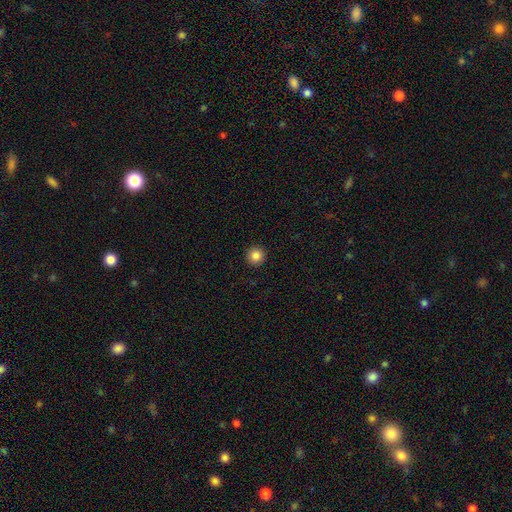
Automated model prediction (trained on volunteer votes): Smooth or featured? Predicted: smooth (p=0.85). How rounded? Predicted: round (p=0.96). Merging? Predicted: none (p=0.93).